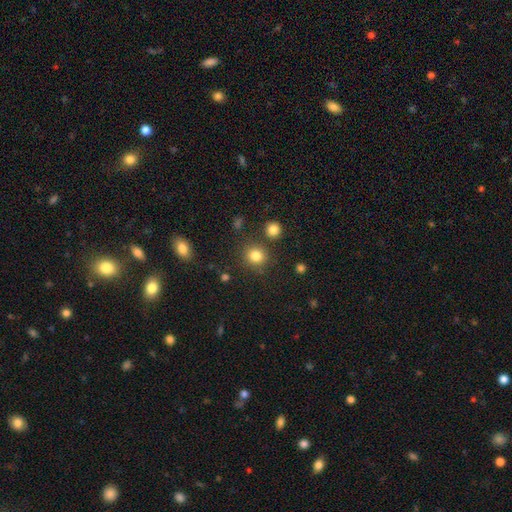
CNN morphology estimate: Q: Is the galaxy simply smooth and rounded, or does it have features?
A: smooth — 82%.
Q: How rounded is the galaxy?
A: round — 87%.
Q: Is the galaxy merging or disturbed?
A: none — 82%.